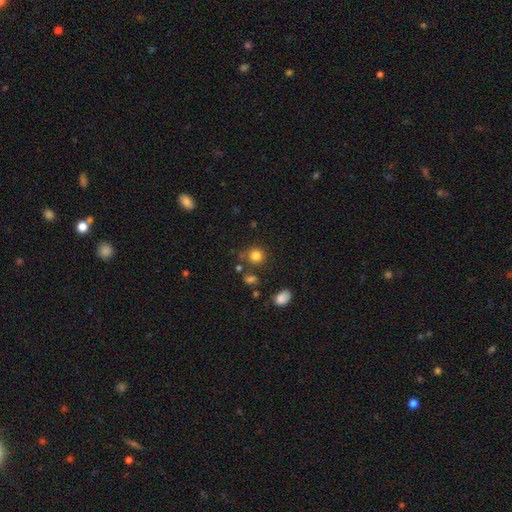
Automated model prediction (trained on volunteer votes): Overall: smooth (82%). How rounded: round (87%). Merging: none (77%).